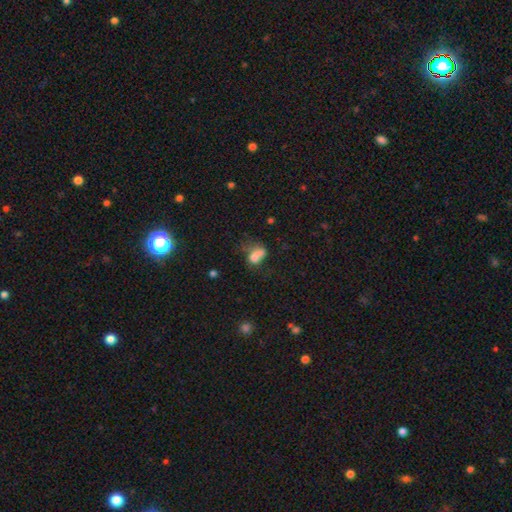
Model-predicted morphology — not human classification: Overall: smooth (66%). How rounded: in between (66%; round 30%). Merging: merger (33%; major disturbance 26%).